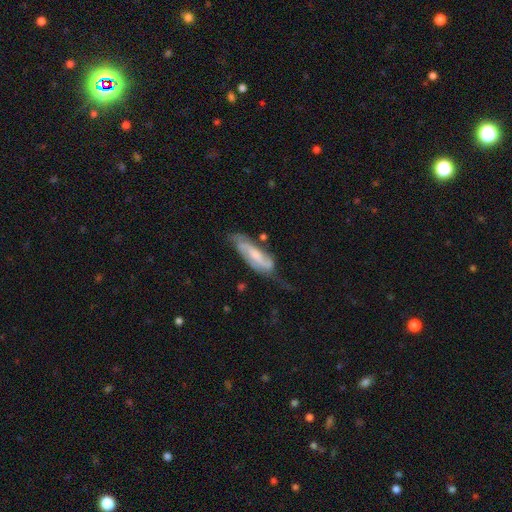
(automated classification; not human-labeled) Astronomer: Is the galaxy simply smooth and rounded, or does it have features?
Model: featured or disk — 71%.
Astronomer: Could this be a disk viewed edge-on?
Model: no — 84%.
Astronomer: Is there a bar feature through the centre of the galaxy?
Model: weak — 40% (runner-up: no, 34%).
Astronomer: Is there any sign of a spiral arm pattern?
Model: yes — 91%.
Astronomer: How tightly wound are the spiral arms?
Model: medium — 45% (runner-up: tight, 30%).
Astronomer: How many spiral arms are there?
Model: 2 — 77%.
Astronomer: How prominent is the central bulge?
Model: small — 38% (runner-up: moderate, 37%).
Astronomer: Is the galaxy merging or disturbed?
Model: none — 49% (runner-up: minor disturbance, 29%).